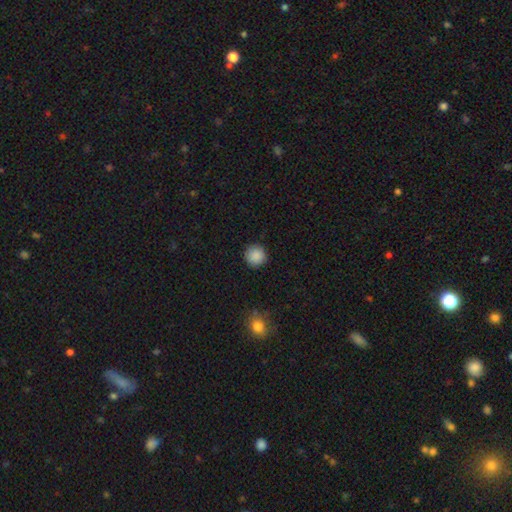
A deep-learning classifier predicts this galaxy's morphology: A smooth galaxy with no disk features (88%) that is round (95%).

Vote fractions:
- Smooth or featured? smooth: 88% / star or artifact: 9% / featured or disk: 3%
- How rounded? round: 95% / in between: 4% / cigar-shaped: 1%
- Merging? none: 92% / minor disturbance: 5% / major disturbance: 2% / merger: 1%